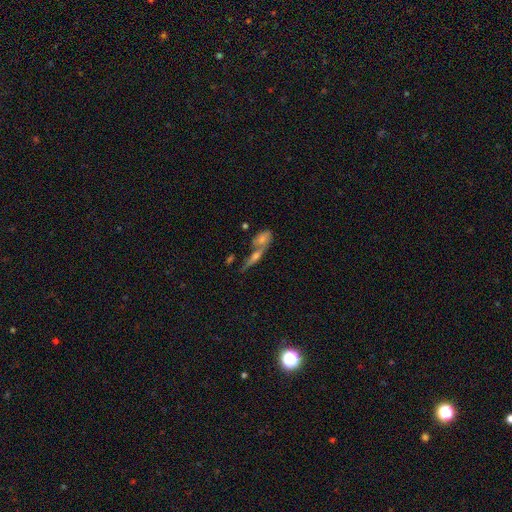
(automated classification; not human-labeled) This appears to be a featured or disk galaxy (53%) viewed edge-on (76%). Merging: merger (44%).